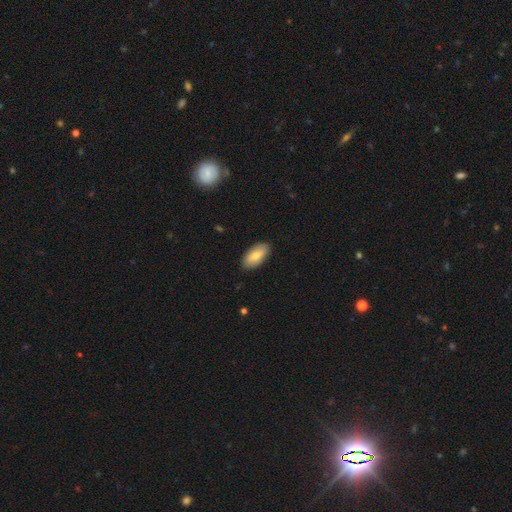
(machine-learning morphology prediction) This appears to be a smooth galaxy with no disk features (76%) that is in between round and cigar-shaped (92%). Merging: none (88%).